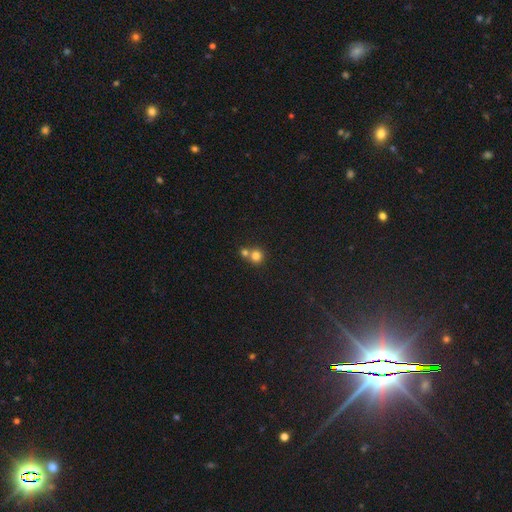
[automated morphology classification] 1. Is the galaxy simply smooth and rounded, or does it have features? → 80% smooth, 12% star or artifact, 8% featured or disk.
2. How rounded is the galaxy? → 89% round, 10% in between, 1% cigar-shaped.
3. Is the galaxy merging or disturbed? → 46% none (tied), 46% merger (tied), 6% minor disturbance, 2% major disturbance.